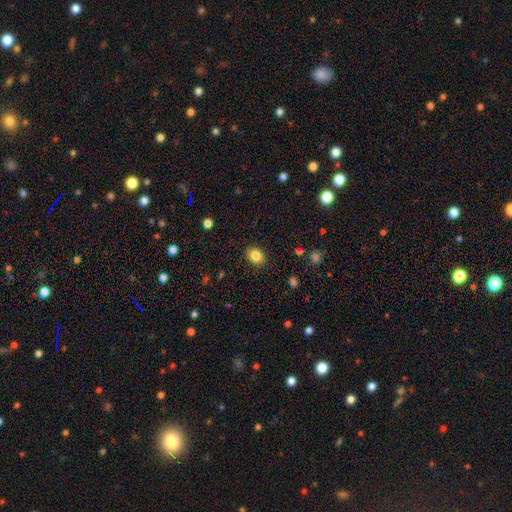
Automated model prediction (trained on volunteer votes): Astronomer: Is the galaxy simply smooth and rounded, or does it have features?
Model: smooth — 84%.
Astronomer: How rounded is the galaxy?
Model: in between — 52% (runner-up: round, 47%).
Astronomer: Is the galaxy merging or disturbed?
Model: none — 88%.